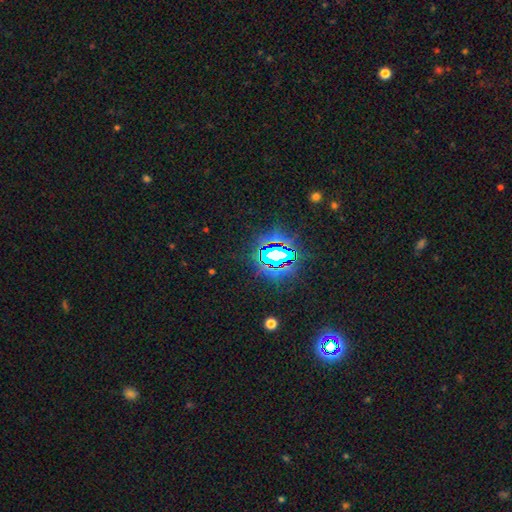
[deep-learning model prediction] smooth-or-featured: star or artifact: 81% | smooth: 10% | featured or disk: 8%